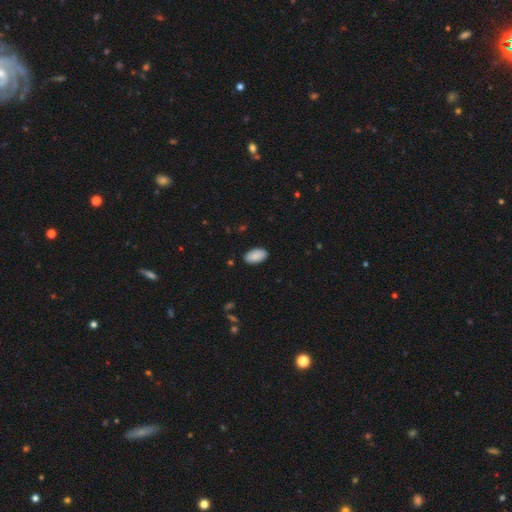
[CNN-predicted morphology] Overall: smooth (90%). How rounded: in between (96%). Merging: none (88%).